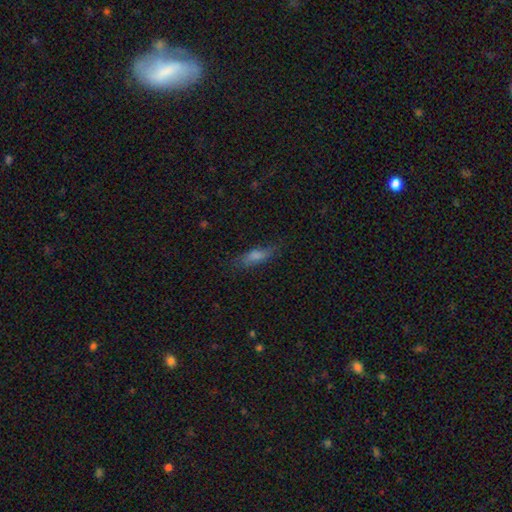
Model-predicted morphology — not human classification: This is likely a smooth galaxy (63%). How rounded: possibly cigar-shaped (59%). Merging: likely none (78%).